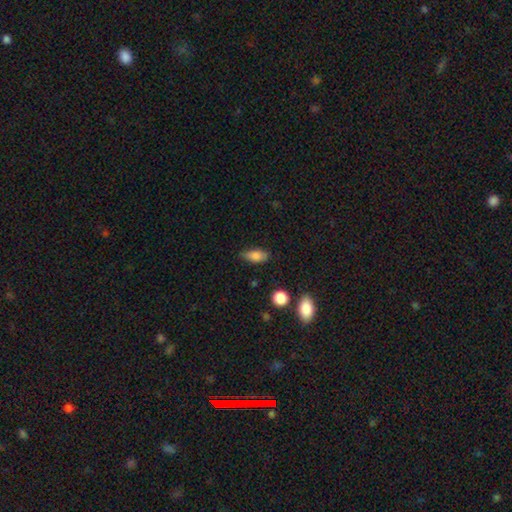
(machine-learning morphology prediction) smooth 80%, featured or disk 12%, star or artifact 8%. Down the decision tree: how rounded — in between (84%); merging — none (76%).